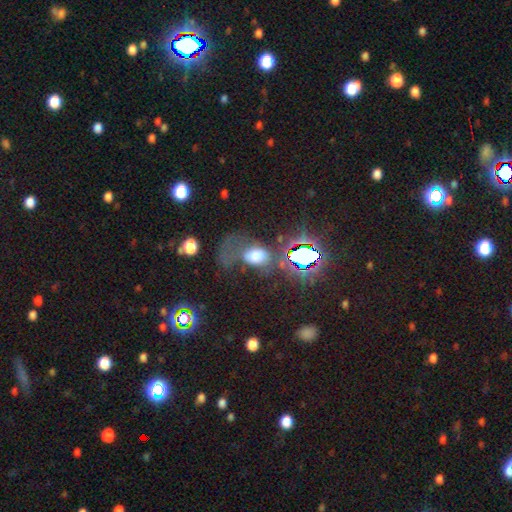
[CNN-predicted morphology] smooth_or_featured: smooth (p=0.56) [alt: featured or disk p=0.22]
how_rounded: in between (p=0.73) [alt: round p=0.25]
merging: major disturbance (p=0.44) [alt: none p=0.26]